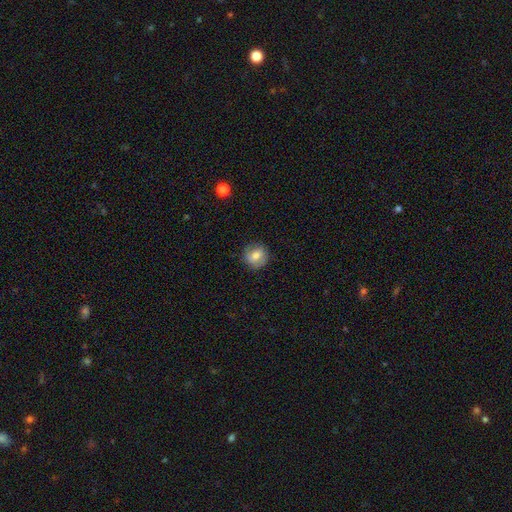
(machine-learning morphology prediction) This appears to be a smooth galaxy with no disk features (66%) that is round (84%). Merging: none (83%).